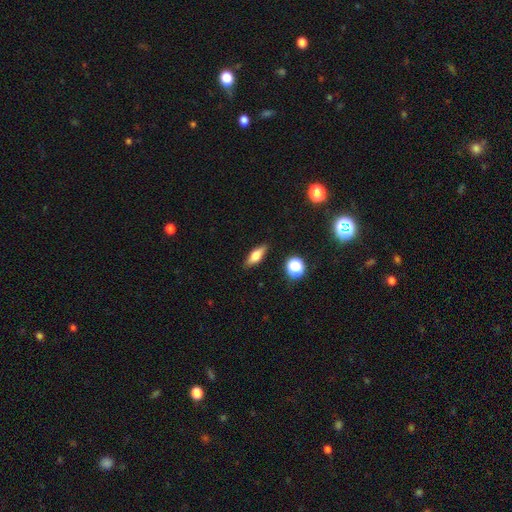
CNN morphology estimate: Smooth or featured? smooth (64%)
How rounded? in between (64%)
Merging? none (86%)